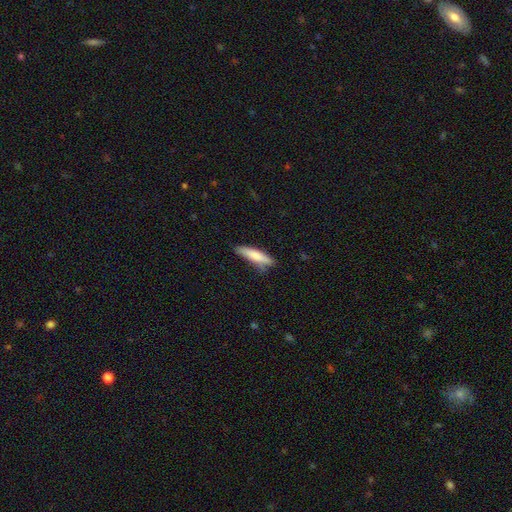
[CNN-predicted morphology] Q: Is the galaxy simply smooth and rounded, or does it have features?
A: smooth — 76%.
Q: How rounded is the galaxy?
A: cigar-shaped — 78%.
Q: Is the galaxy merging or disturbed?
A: none — 76%.